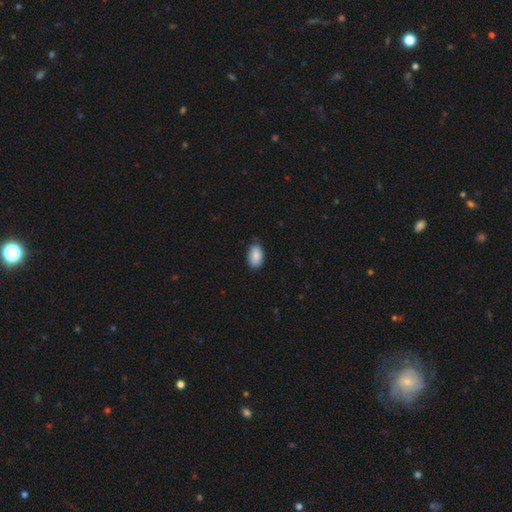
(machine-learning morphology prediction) Smooth or featured? smooth (89%)
How rounded? in between (93%)
Merging? none (82%)